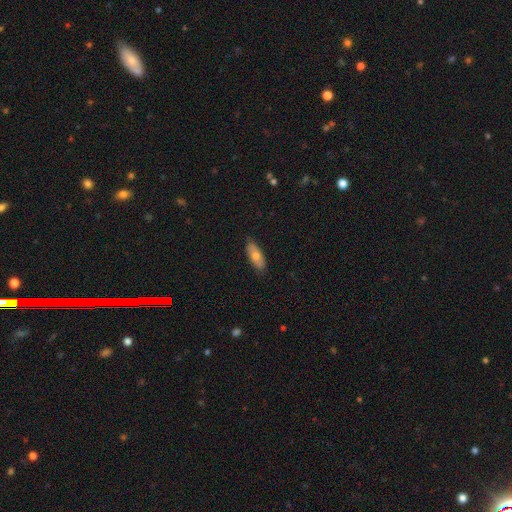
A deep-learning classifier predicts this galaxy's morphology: type=smooth (64%); roundness=in between (76%); merging=none (85%).